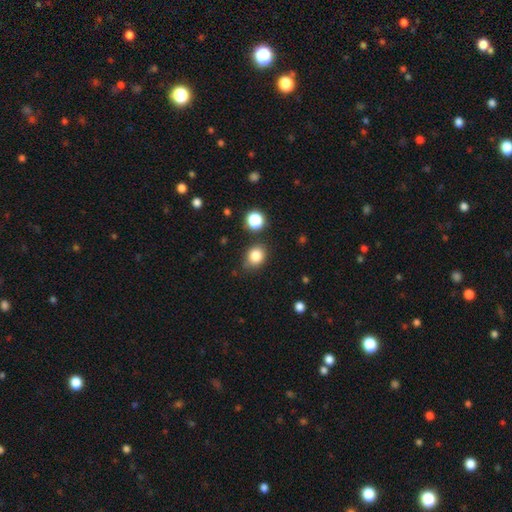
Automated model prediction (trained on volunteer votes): smooth_or_featured: smooth (p=0.83) [alt: star or artifact p=0.11]
how_rounded: round (p=0.59) [alt: in between p=0.40]
merging: none (p=0.76) [alt: minor disturbance p=0.16]